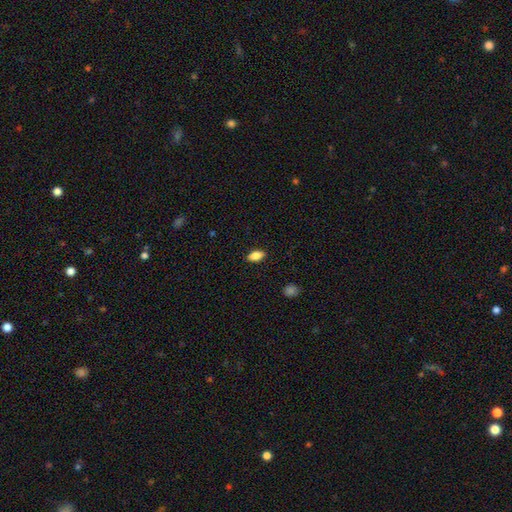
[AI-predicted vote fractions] smooth_or_featured: smooth (p=0.82) [alt: featured or disk p=0.10]
how_rounded: in between (p=0.87) [alt: cigar-shaped p=0.10]
merging: none (p=0.88) [alt: minor disturbance p=0.09]